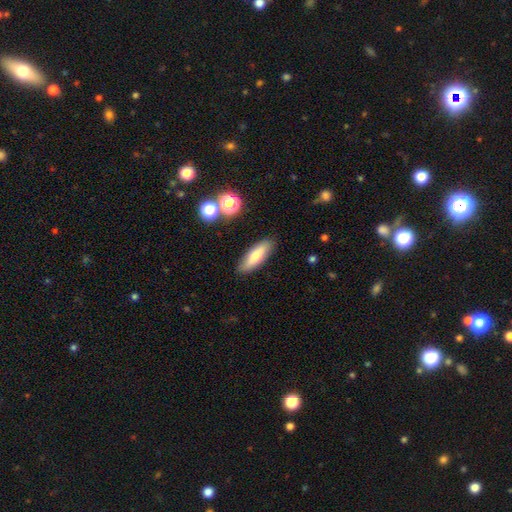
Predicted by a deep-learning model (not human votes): Morphology: type=smooth (73%); roundness=in between (49%); merging=none (86%).